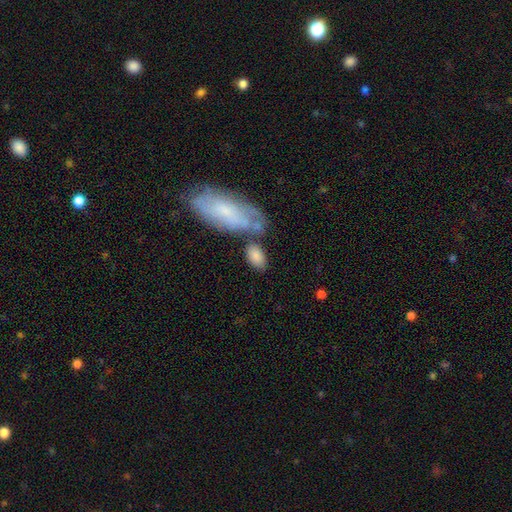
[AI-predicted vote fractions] Smooth or featured: smooth — 82% (featured or disk — 12%)
How rounded: in between — 93% (round — 5%)
Merging: none — 58% (merger — 19%)